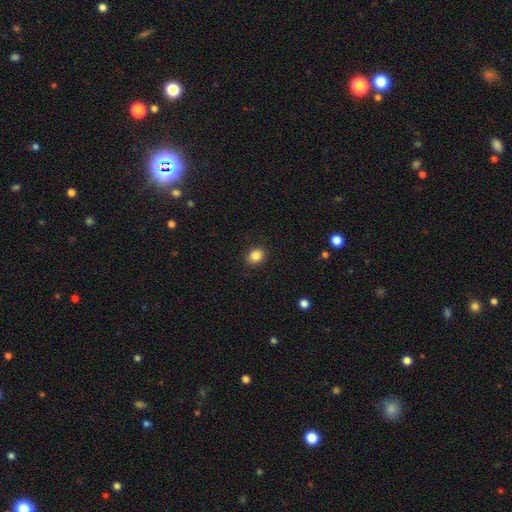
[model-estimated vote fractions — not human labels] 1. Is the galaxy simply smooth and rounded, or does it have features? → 86% smooth, 10% star or artifact, 4% featured or disk.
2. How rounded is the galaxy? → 64% round, 35% in between, 1% cigar-shaped.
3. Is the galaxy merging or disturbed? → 90% none, 7% minor disturbance, 2% major disturbance, 1% merger.